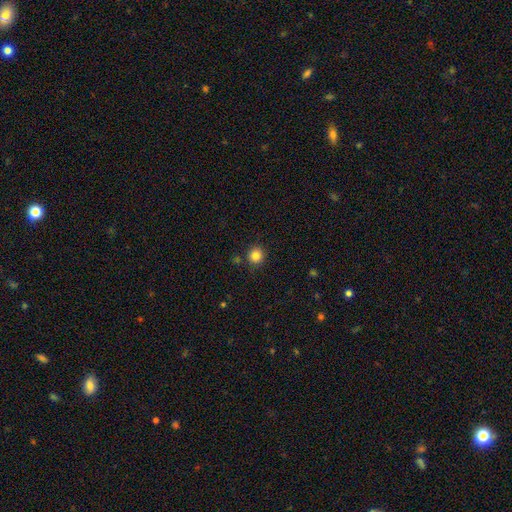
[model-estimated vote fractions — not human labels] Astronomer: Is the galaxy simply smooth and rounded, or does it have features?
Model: smooth — 83%.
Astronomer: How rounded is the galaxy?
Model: round — 93%.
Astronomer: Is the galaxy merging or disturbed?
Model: none — 87%.